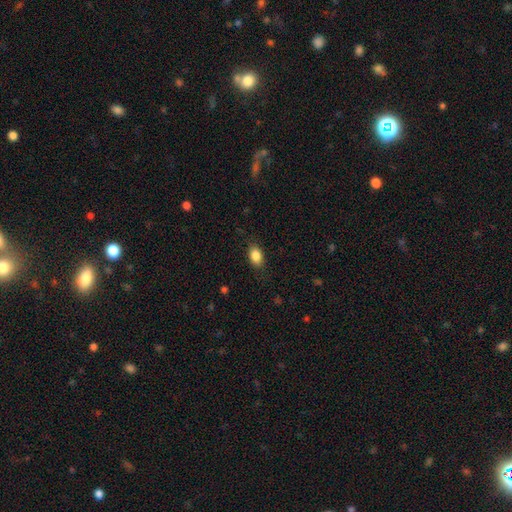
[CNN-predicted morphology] Smooth or featured? smooth (86%)
How rounded? in between (85%)
Merging? none (83%)